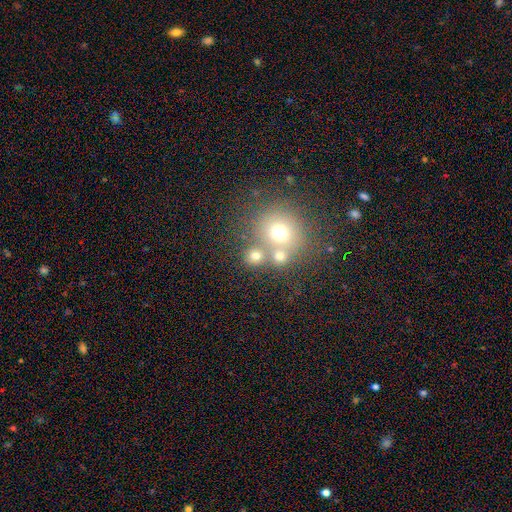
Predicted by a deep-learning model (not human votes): Smooth or featured: smooth — 70% (star or artifact — 18%)
How rounded: round — 83% (in between — 16%)
Merging: none — 57% (merger — 31%)